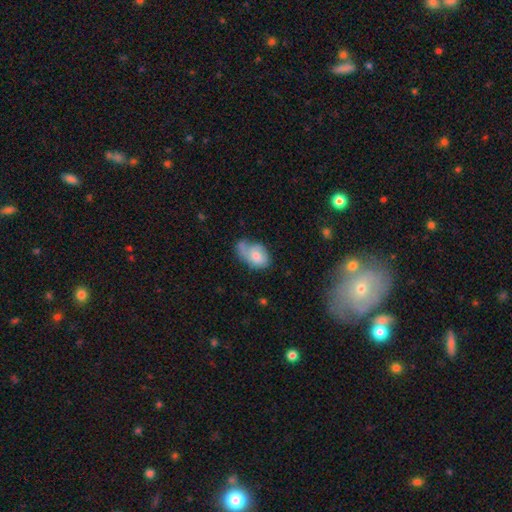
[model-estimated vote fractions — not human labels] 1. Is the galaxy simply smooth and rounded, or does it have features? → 62% smooth, 31% featured or disk, 7% star or artifact.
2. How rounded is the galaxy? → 86% in between, 13% round, 1% cigar-shaped.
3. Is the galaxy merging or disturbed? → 32% minor disturbance (tied), 32% none (tied), 26% major disturbance, 11% merger.